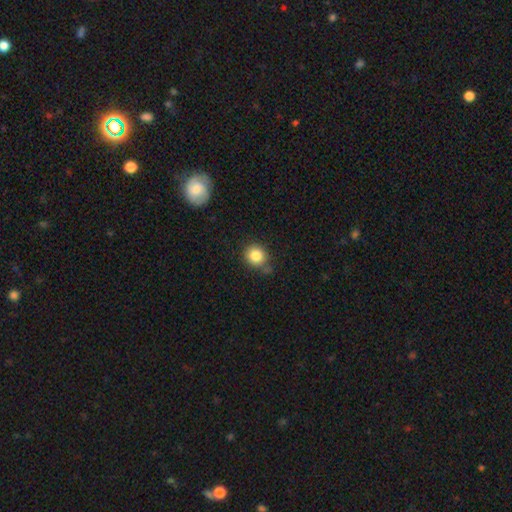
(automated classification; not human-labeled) Smooth or featured?
  - smooth: 85% *
  - star or artifact: 10%
  - featured or disk: 5%
How rounded?
  - round: 87% *
  - in between: 12%
  - cigar-shaped: 1%
Merging?
  - none: 73% *
  - minor disturbance: 16%
  - merger: 6%
  - major disturbance: 4%